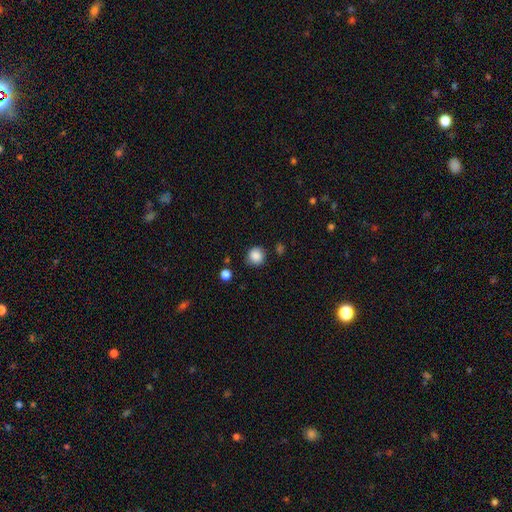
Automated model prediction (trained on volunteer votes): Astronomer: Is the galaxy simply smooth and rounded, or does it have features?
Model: smooth — 87%.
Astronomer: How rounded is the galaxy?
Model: round — 90%.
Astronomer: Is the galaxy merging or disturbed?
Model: none — 83%.